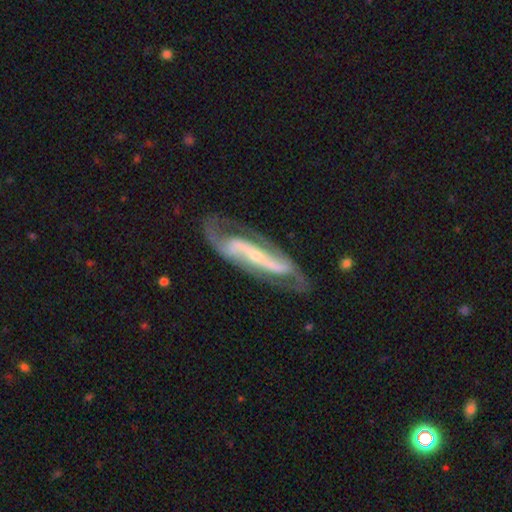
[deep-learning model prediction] Overall: featured or disk (89%). Edge-on disk: no (86%). Bar: strong (60%; weak 23%). Spiral arms: yes (95%). Spiral arm count: 2 (88%). Spiral winding: medium (46%; loose 29%). Bulge size: small (70%). Merging: none (71%).